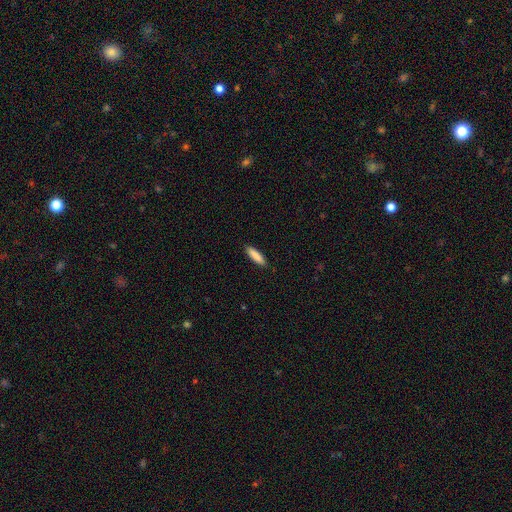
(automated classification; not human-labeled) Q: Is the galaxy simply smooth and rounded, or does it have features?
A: smooth — 88%.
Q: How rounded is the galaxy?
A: cigar-shaped — 70%.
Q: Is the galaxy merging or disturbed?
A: none — 90%.